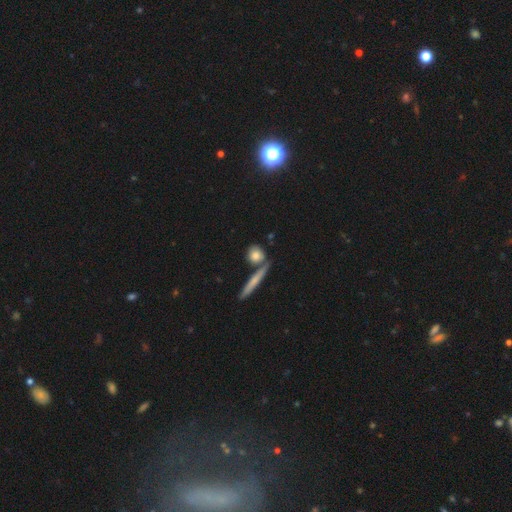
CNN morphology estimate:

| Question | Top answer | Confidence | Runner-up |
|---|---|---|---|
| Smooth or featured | smooth | 74% | featured or disk (19%) |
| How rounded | round | 61% | cigar-shaped (21%) |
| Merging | none | 68% | merger (16%) |